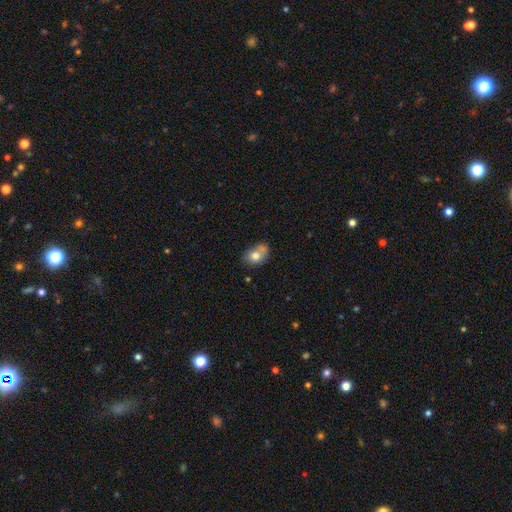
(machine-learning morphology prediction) smooth 73%, featured or disk 18%, star or artifact 9%. Down the decision tree: how rounded — in between (70%); merging — none (49%).